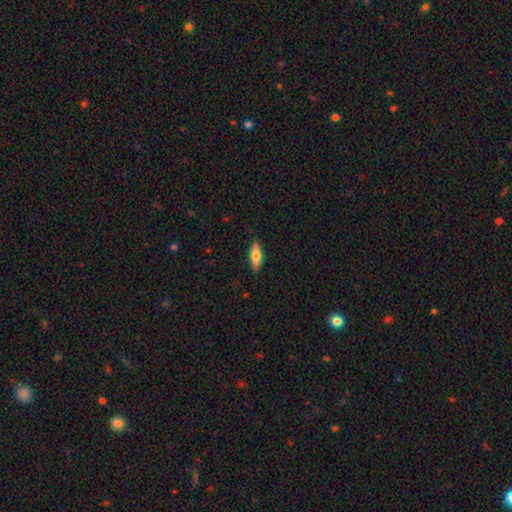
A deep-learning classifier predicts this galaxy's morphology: type=smooth (69%); roundness=in between (67%); merging=none (88%).